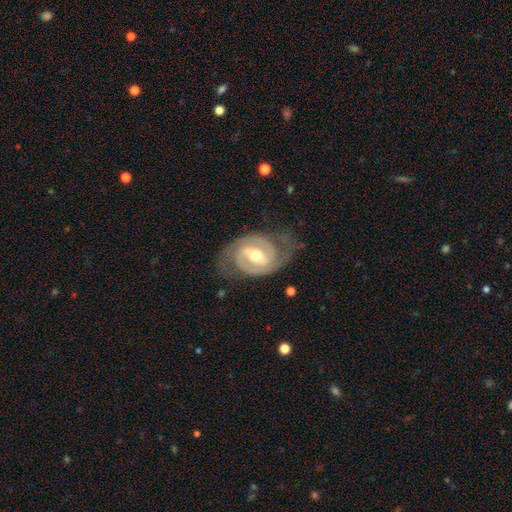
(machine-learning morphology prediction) Smooth or featured? Predicted: featured or disk (p=0.90). Edge-on disk? Predicted: no (p=0.97). Bar? Predicted: weak (p=0.44). Spiral arms? Predicted: yes (p=0.96). Spiral winding? Predicted: tight (p=0.52). Spiral arm count? Predicted: 2 (p=0.89). Bulge size? Predicted: moderate (p=0.68). Merging? Predicted: none (p=0.73).